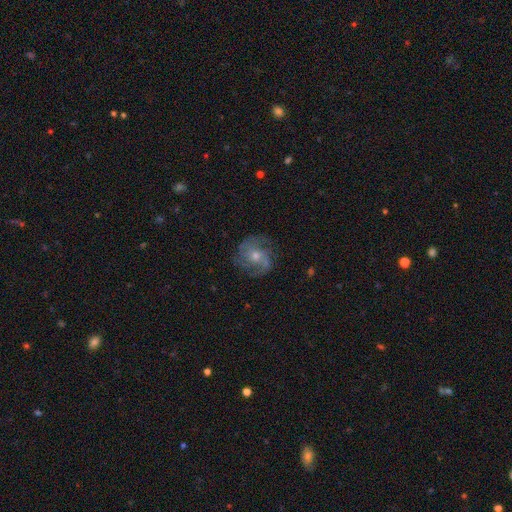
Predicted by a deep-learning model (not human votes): Q: Smooth or featured?
A: featured or disk (80%); runner-up: smooth (12%)
Q: Edge-on disk?
A: no (98%); runner-up: yes (2%)
Q: Bar?
A: no (68%); runner-up: weak (27%)
Q: Spiral arms?
A: yes (95%); runner-up: no (5%)
Q: Spiral winding?
A: medium (47%); runner-up: tight (38%)
Q: Spiral arm count?
A: 3 (36%); runner-up: 2 (30%)
Q: Bulge size?
A: moderate (55%); runner-up: small (39%)
Q: Merging?
A: none (77%); runner-up: minor disturbance (15%)